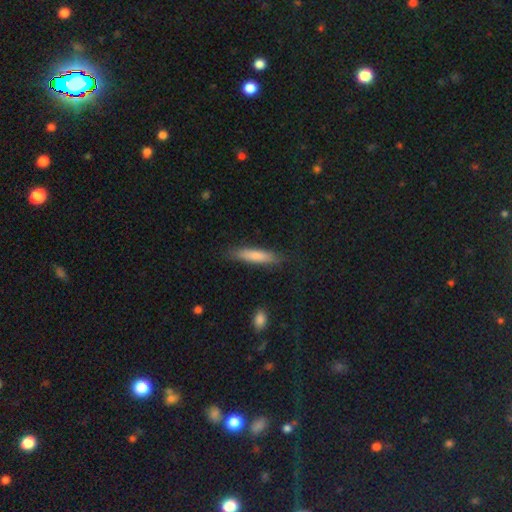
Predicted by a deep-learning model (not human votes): The model was most divided on "how rounded": cigar-shaped: 81%, in between: 18%, round: 2%. More confident: merging — none (83%); smooth or featured — smooth (79%).